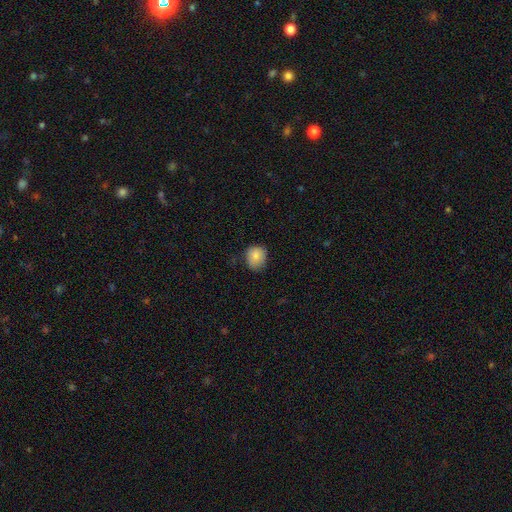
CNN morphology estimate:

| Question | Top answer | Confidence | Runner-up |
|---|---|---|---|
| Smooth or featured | smooth | 83% | star or artifact (9%) |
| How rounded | round | 72% | in between (27%) |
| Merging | none | 66% | minor disturbance (27%) |